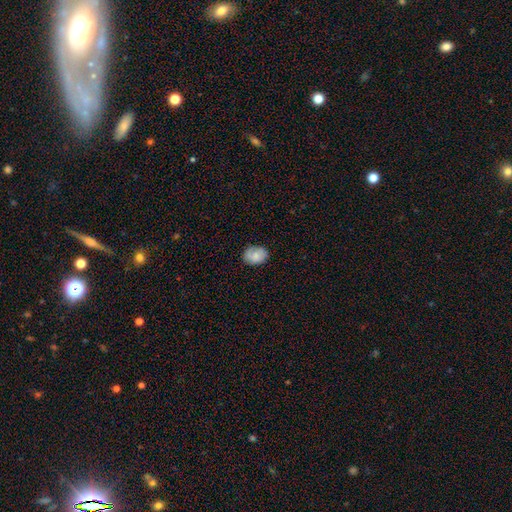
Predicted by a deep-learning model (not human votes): smooth-or-featured: smooth: 80% | featured or disk: 13% | star or artifact: 7%
  how-rounded: in between: 66% | round: 33% | cigar-shaped: 1%
  merging: none: 81% | minor disturbance: 16% | major disturbance: 3% | merger: 1%